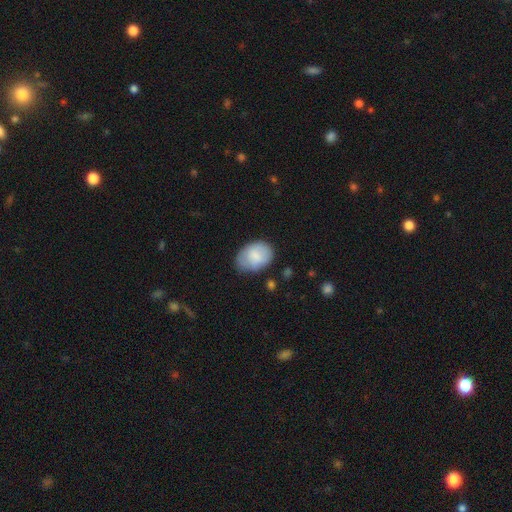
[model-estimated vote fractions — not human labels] Smooth or featured? smooth (79%)
How rounded? in between (76%)
Merging? none (66%)